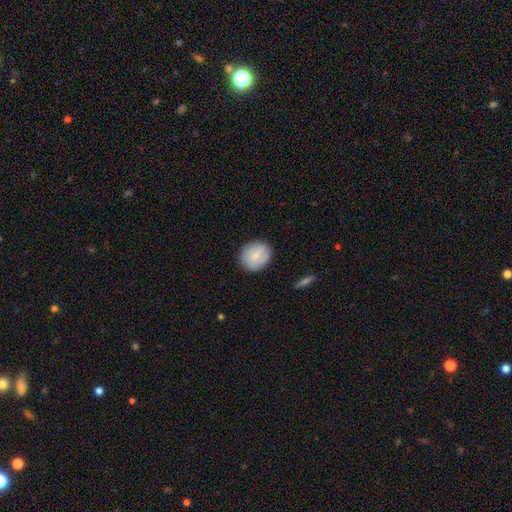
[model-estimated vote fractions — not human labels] Morphology: type=smooth (68%); roundness=round (75%); merging=none (85%).